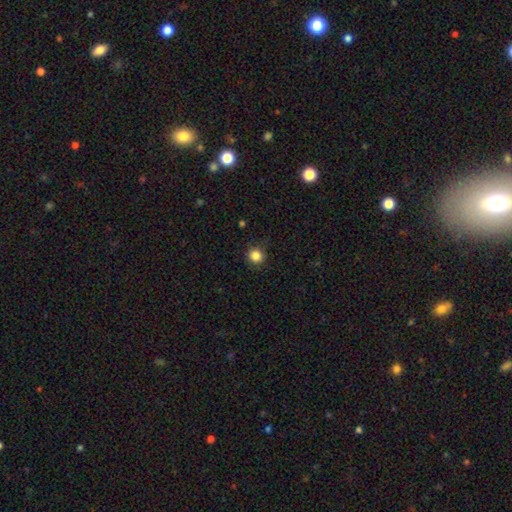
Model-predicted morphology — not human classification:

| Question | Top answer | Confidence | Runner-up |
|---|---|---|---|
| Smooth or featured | smooth | 85% | star or artifact (11%) |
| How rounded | round | 92% | in between (7%) |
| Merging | none | 89% | minor disturbance (8%) |